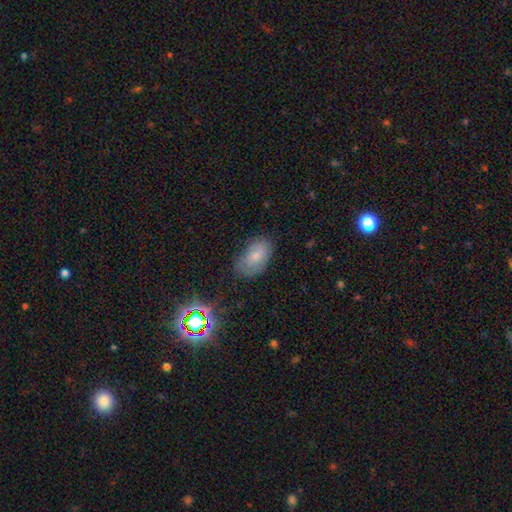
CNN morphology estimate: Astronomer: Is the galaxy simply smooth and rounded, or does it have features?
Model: smooth — 68%.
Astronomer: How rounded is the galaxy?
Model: in between — 92%.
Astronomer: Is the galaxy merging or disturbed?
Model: none — 71%.